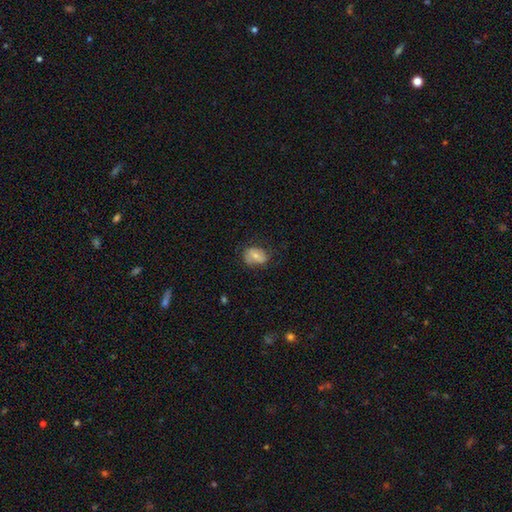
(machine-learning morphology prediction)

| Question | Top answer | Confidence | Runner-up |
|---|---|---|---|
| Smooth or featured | smooth | 56% | featured or disk (35%) |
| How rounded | in between | 63% | round (35%) |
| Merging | none | 61% | minor disturbance (26%) |